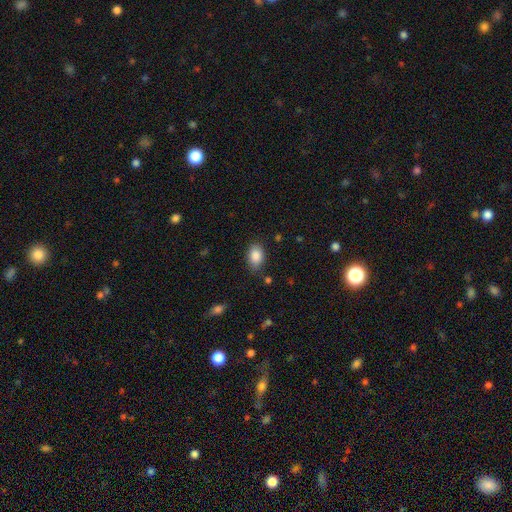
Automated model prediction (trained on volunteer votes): This appears to be a smooth galaxy with no disk features (87%) that is in between round and cigar-shaped (85%). Merging: none (80%).